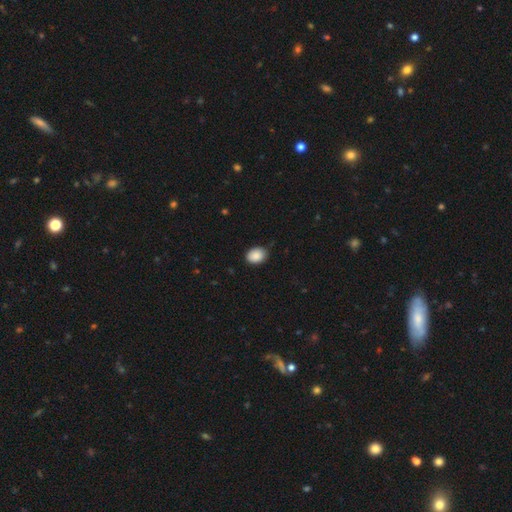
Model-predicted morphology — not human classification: Smooth or featured? smooth (89%)
How rounded? in between (72%)
Merging? none (80%)